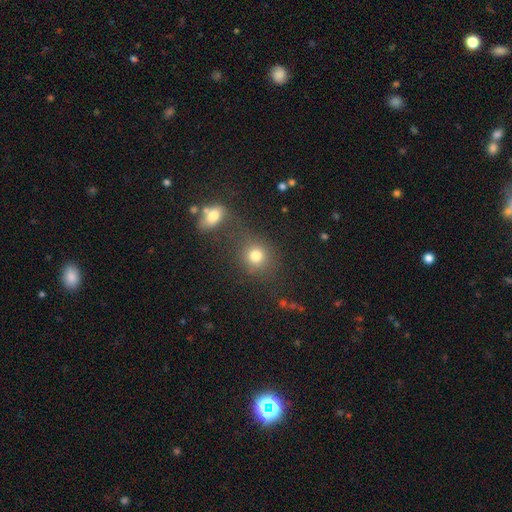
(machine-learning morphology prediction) Q: Smooth or featured?
A: smooth (77%); runner-up: star or artifact (14%)
Q: How rounded?
A: round (77%); runner-up: in between (21%)
Q: Merging?
A: none (54%); runner-up: merger (29%)